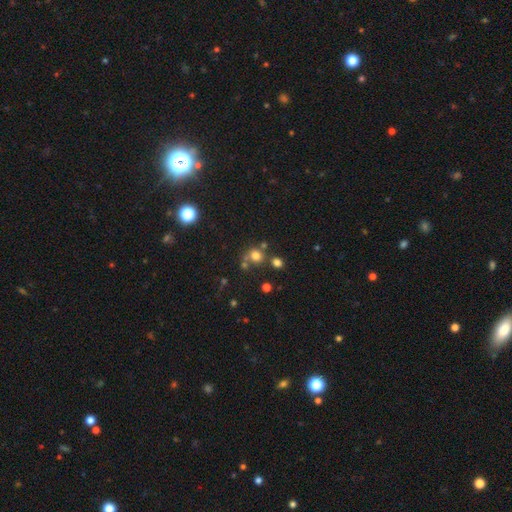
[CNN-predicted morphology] smooth 70%, star or artifact 20%, featured or disk 9%. Down the decision tree: how rounded — round (85%); merging — none (61%).